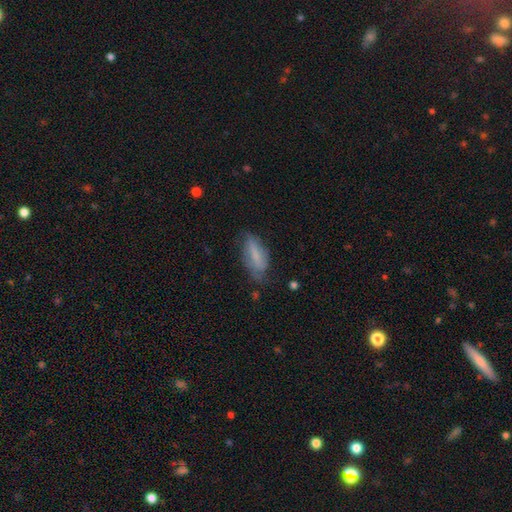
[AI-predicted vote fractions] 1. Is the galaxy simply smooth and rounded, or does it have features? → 58% smooth, 34% featured or disk, 8% star or artifact.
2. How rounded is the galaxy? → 70% in between, 27% cigar-shaped, 3% round.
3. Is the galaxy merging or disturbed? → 54% none, 32% minor disturbance, 12% major disturbance, 2% merger.